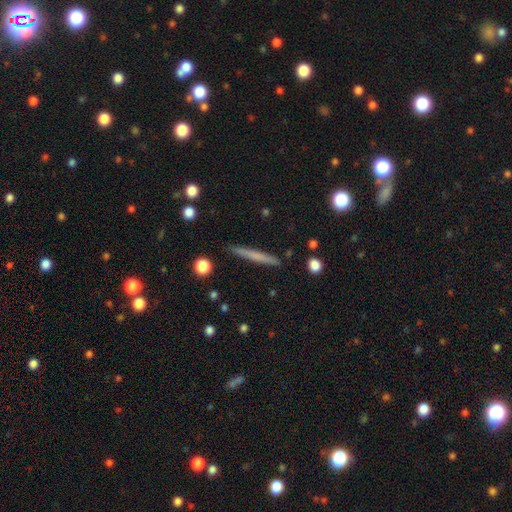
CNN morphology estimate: smooth 62%, featured or disk 32%, star or artifact 6%. Down the decision tree: how rounded — cigar-shaped (96%); merging — none (90%).